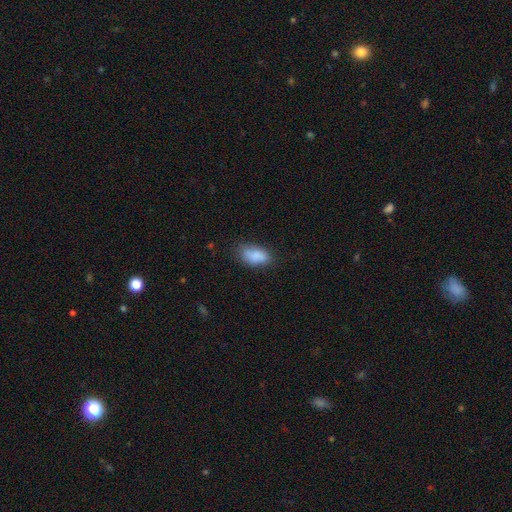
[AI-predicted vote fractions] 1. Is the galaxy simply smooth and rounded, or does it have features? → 84% smooth, 8% featured or disk, 8% star or artifact.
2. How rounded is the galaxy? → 91% in between, 5% round, 4% cigar-shaped.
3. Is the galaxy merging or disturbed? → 65% none, 25% minor disturbance, 6% major disturbance, 3% merger.